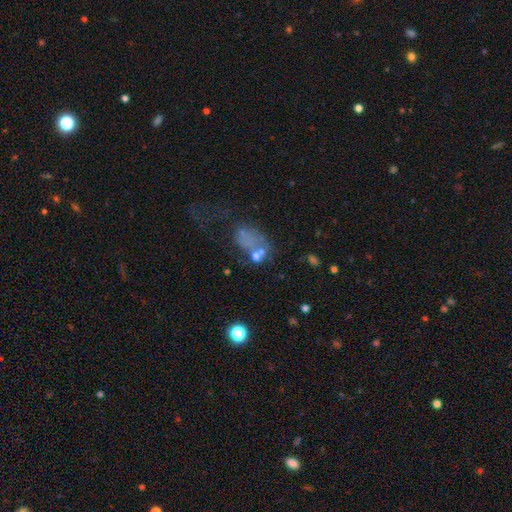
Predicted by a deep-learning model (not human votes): This is possibly a smooth galaxy (48%). Merging: marginally merger (31%).